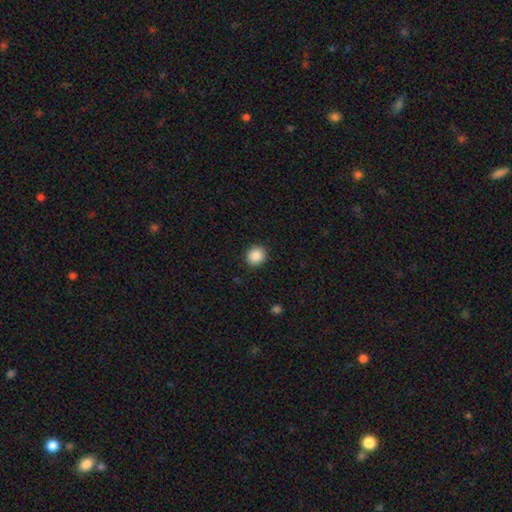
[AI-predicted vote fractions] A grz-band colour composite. It shows a smooth galaxy with no disk features (88%) that is round (81%). Merging: none (90%).